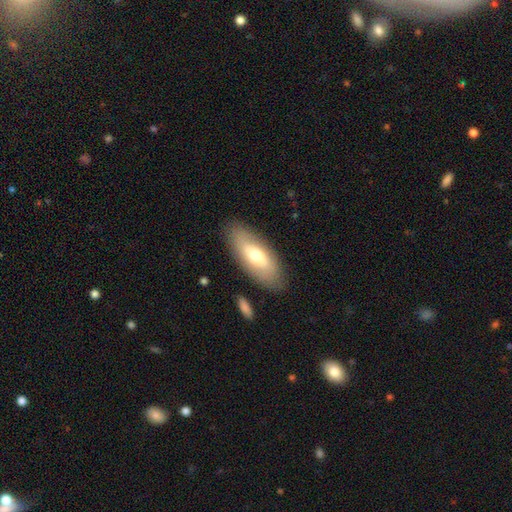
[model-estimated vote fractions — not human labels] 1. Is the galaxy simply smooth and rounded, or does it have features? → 62% smooth, 31% featured or disk, 6% star or artifact.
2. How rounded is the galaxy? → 80% in between, 18% cigar-shaped, 2% round.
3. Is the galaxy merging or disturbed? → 83% none, 11% minor disturbance, 3% major disturbance, 2% merger.